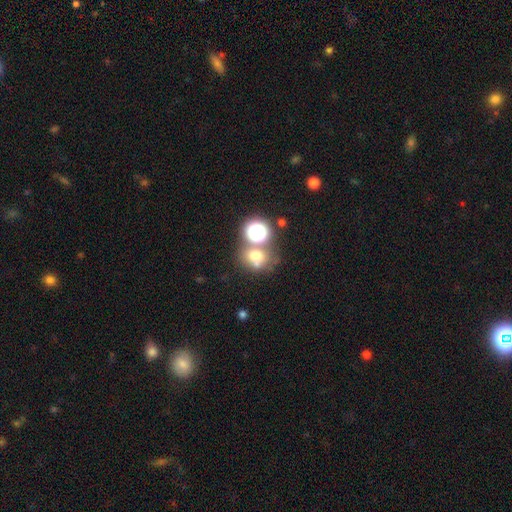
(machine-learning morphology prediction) Smooth or featured?
  - smooth: 62% *
  - star or artifact: 23%
  - featured or disk: 15%
How rounded?
  - round: 65% *
  - in between: 34%
  - cigar-shaped: 1%
Merging?
  - none: 49% *
  - merger: 32%
  - minor disturbance: 12%
  - major disturbance: 7%